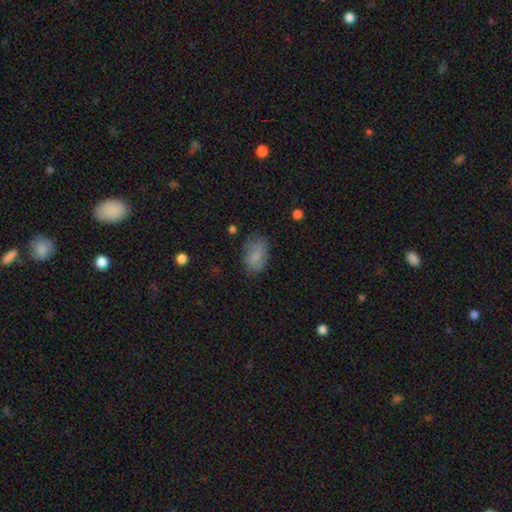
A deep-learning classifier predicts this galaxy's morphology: Smooth or featured? Predicted: smooth (p=0.76). How rounded? Predicted: in between (p=0.89). Merging? Predicted: none (p=0.68).